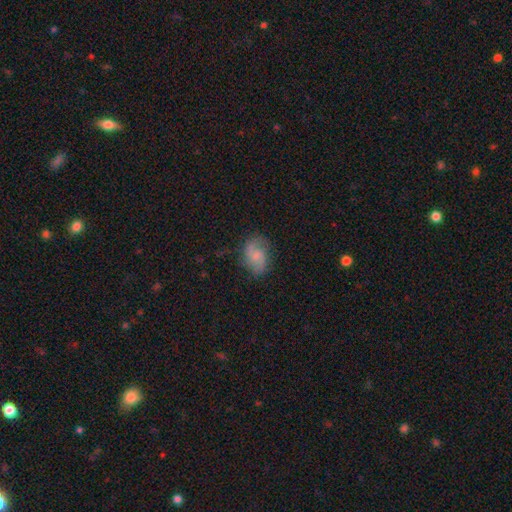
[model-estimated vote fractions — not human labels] Morphology: type=featured or disk (54%); edge-on=no (97%); bar=no (58%); spiral arms=yes (90%); bulge=small (36%); merging=none (70%).